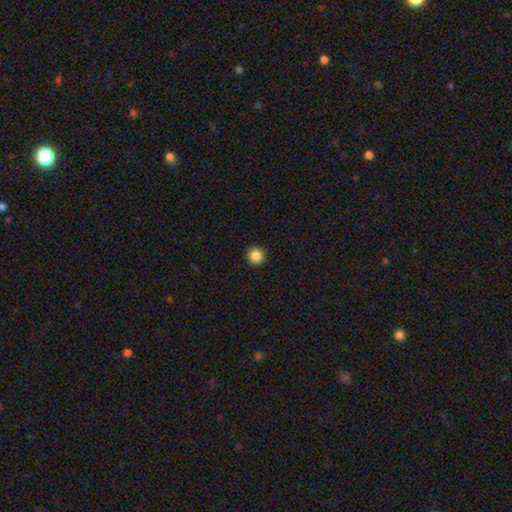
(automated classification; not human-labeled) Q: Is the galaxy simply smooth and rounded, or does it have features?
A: smooth — 86%.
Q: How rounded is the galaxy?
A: round — 96%.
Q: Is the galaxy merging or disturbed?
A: none — 93%.